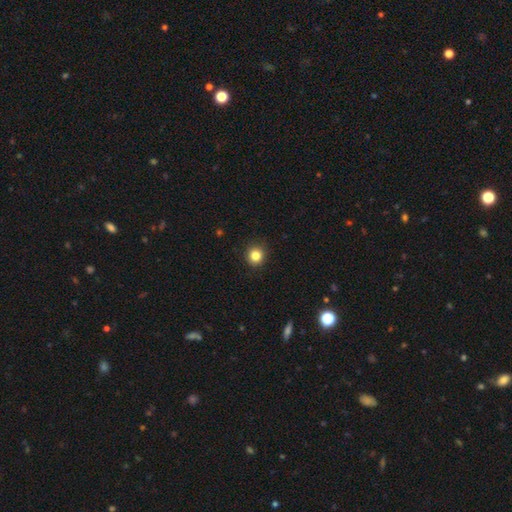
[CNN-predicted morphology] The model was most divided on "smooth or featured": smooth: 83%, star or artifact: 12%, featured or disk: 5%. More confident: how rounded — round (92%); merging — none (92%).